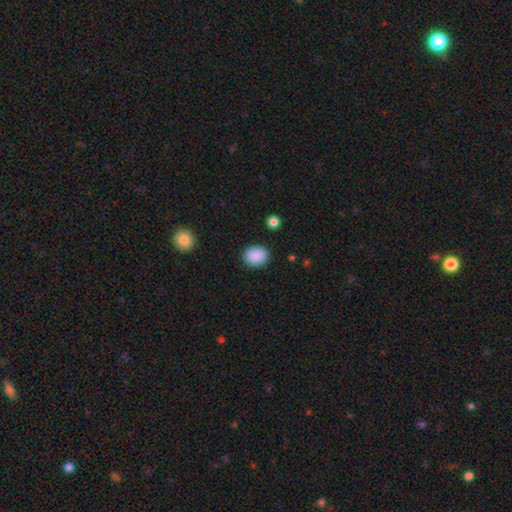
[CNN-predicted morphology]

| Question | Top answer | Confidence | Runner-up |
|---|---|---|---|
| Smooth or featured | smooth | 89% | star or artifact (8%) |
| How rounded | round | 53% | in between (46%) |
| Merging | none | 86% | minor disturbance (10%) |